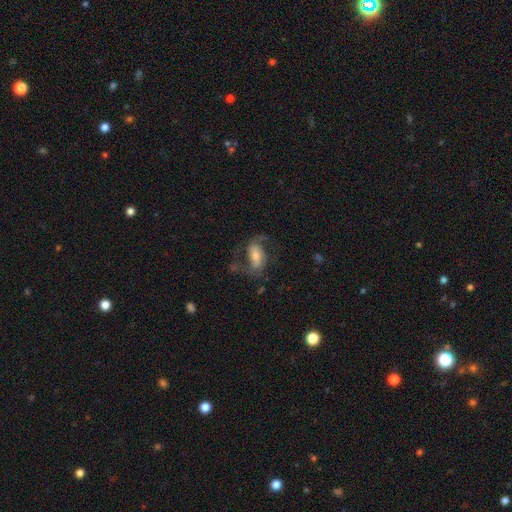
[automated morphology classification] The model was most divided on "bar": weak: 36%, no: 32%, strong: 31%. Remaining: edge-on disk — no (95%); spiral arms — yes (89%); spiral arm count — 2 (88%); smooth or featured — featured or disk (71%); merging — none (61%); bulge size — moderate (49%); spiral winding — loose (47%).